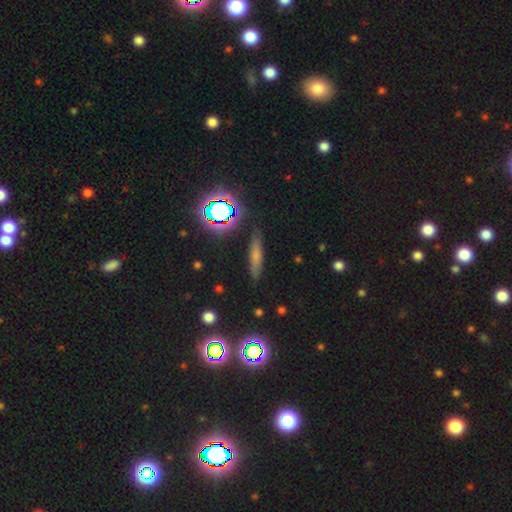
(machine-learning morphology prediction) Smooth or featured? smooth (56%)
How rounded? cigar-shaped (79%)
Merging? none (83%)